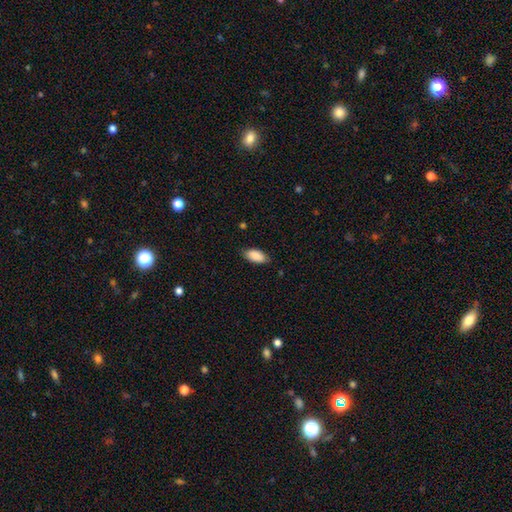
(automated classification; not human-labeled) This is clearly a smooth galaxy (89%). How rounded: clearly in between (93%). Merging: clearly none (82%).